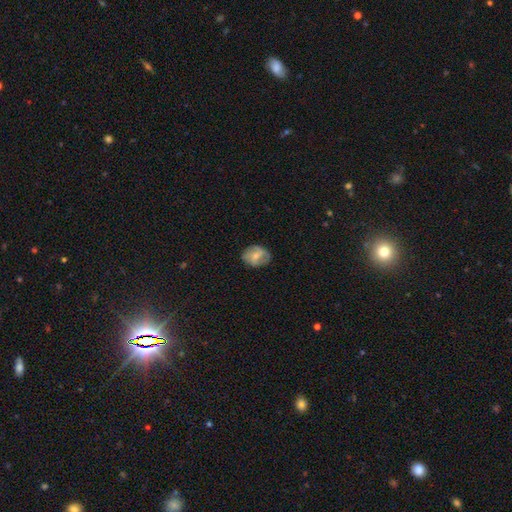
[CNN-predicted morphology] type=smooth (55%); roundness=in between (59%); merging=none (69%).